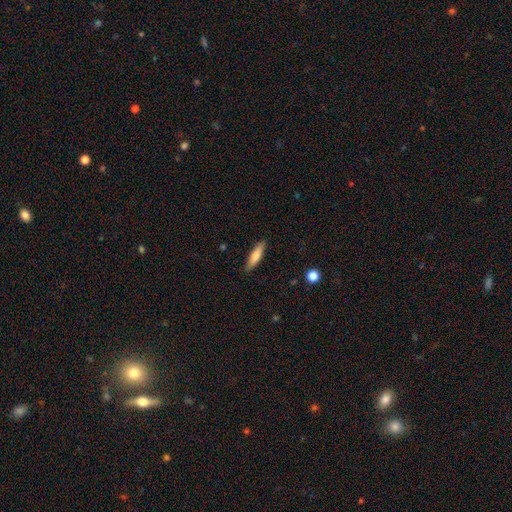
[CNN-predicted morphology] smooth 75%, featured or disk 19%, star or artifact 6%. Down the decision tree: how rounded — cigar-shaped (73%); merging — none (87%).